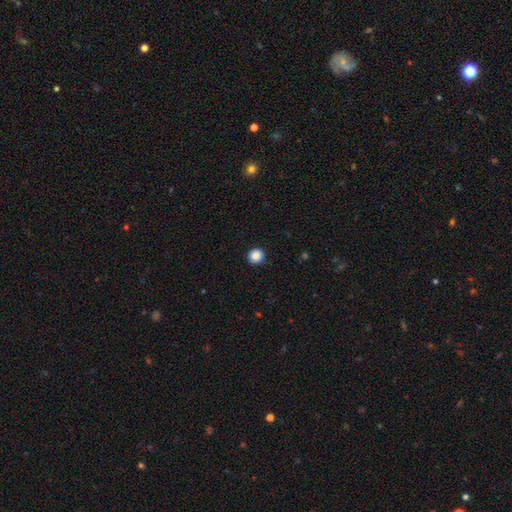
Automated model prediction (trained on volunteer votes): smooth 87%, star or artifact 10%, featured or disk 3%. Down the decision tree: how rounded — round (93%); merging — none (93%).